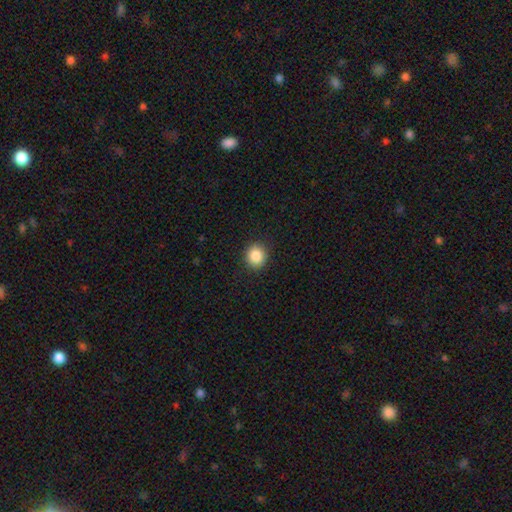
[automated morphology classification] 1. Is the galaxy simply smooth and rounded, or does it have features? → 87% smooth, 9% star or artifact, 4% featured or disk.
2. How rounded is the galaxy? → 85% round, 14% in between, 1% cigar-shaped.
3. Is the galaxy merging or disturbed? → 90% none, 7% minor disturbance, 2% major disturbance, 1% merger.